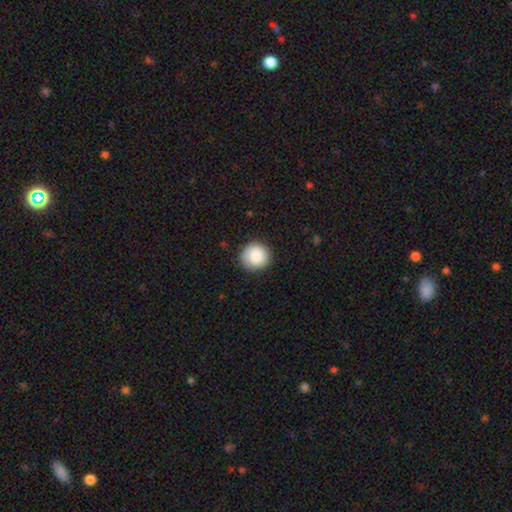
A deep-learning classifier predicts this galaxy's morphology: A smooth galaxy with no disk features (85%) that is round (93%).

Vote fractions:
- Smooth or featured? smooth: 85% / star or artifact: 7% / featured or disk: 7%
- How rounded? round: 93% / in between: 6% / cigar-shaped: 1%
- Merging? none: 87% / minor disturbance: 10% / major disturbance: 3% / merger: 1%